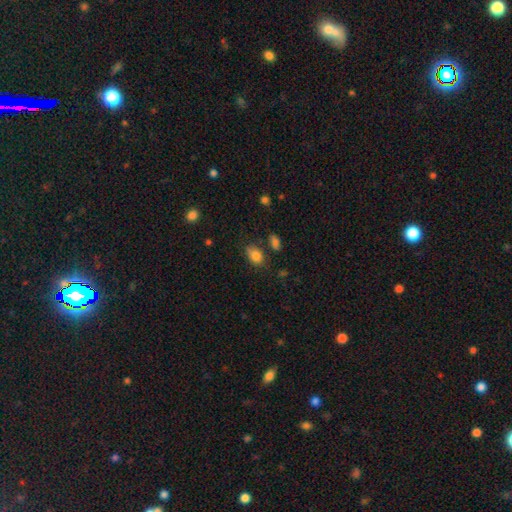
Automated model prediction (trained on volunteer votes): smooth 83%, star or artifact 9%, featured or disk 7%. Down the decision tree: how rounded — in between (81%); merging — none (69%).